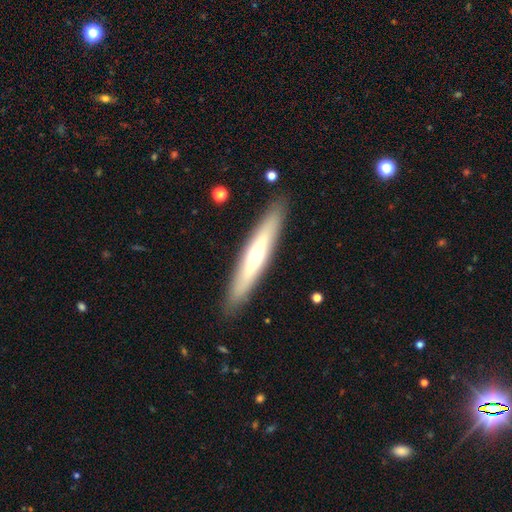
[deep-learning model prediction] smooth-or-featured: featured or disk: 47% (tied) | smooth: 47% (tied) | star or artifact: 6%
  merging: none: 90% | minor disturbance: 7% | major disturbance: 2% | merger: 1%